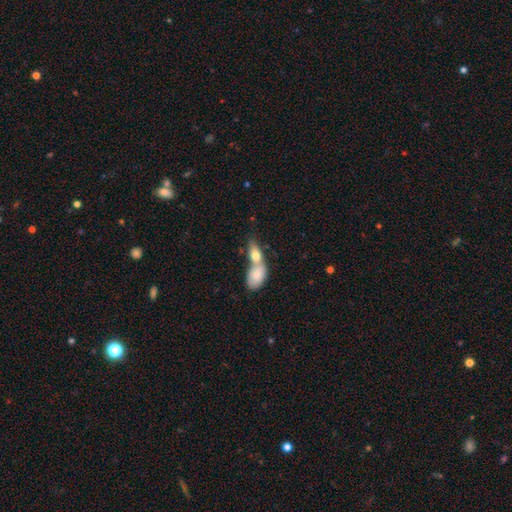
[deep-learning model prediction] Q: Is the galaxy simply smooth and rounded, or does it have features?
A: smooth — 74%.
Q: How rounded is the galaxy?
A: in between — 78%.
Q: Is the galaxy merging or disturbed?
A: merger — 70%.